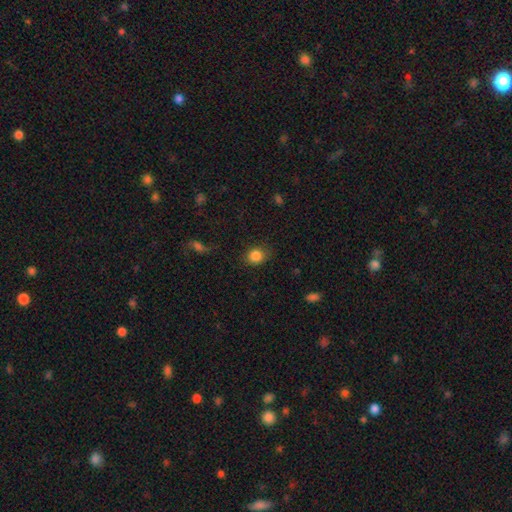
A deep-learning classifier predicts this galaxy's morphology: Smooth or featured? smooth (85%)
How rounded? round (70%)
Merging? none (80%)